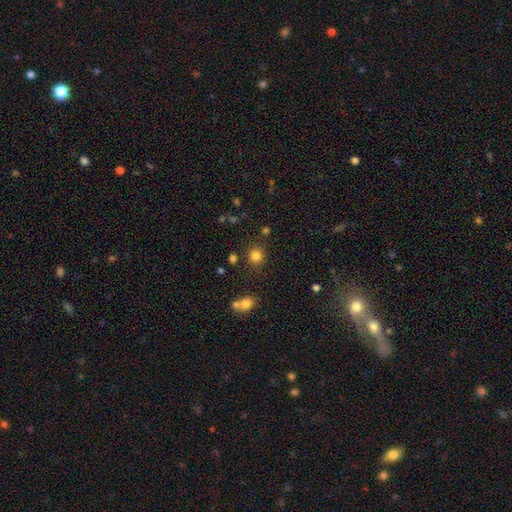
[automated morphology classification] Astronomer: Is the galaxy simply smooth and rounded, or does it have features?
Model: smooth — 81%.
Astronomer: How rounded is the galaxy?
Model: round — 89%.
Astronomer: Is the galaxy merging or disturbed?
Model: none — 84%.